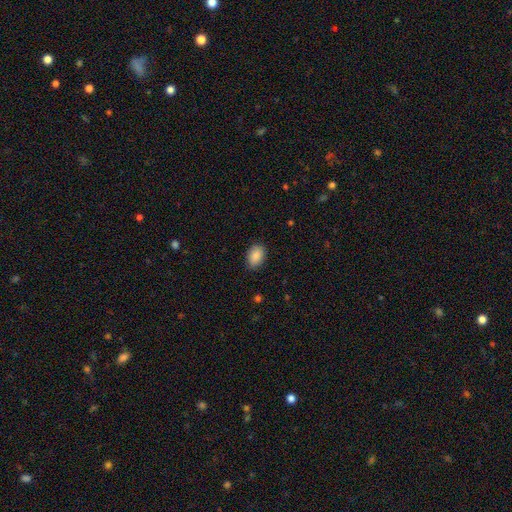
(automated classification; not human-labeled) A smooth galaxy with no disk features (88%) that is in between round and cigar-shaped (84%).

Vote fractions:
- Smooth or featured? smooth: 88% / star or artifact: 7% / featured or disk: 5%
- How rounded? in between: 84% / round: 15% / cigar-shaped: 1%
- Merging? none: 84% / minor disturbance: 12% / major disturbance: 2% / merger: 1%